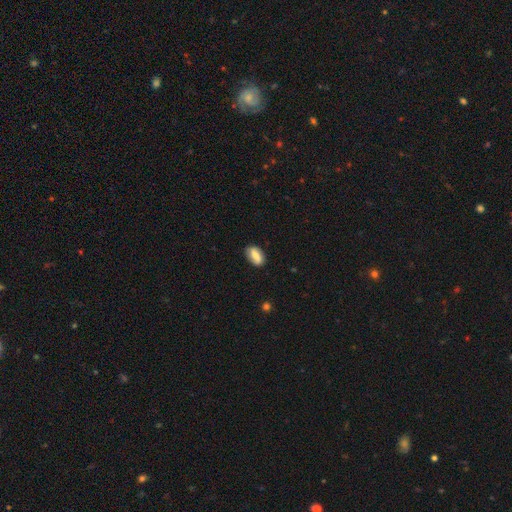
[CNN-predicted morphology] Smooth or featured: smooth — 68% (featured or disk — 25%)
How rounded: in between — 88% (round — 6%)
Merging: none — 82% (minor disturbance — 14%)